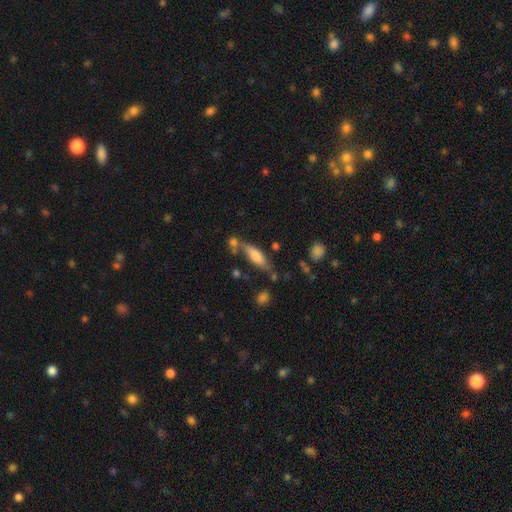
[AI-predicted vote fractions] Overall: smooth (65%; featured or disk 28%). How rounded: cigar-shaped (51%; in between 46%). Merging: none (57%; minor disturbance 19%).